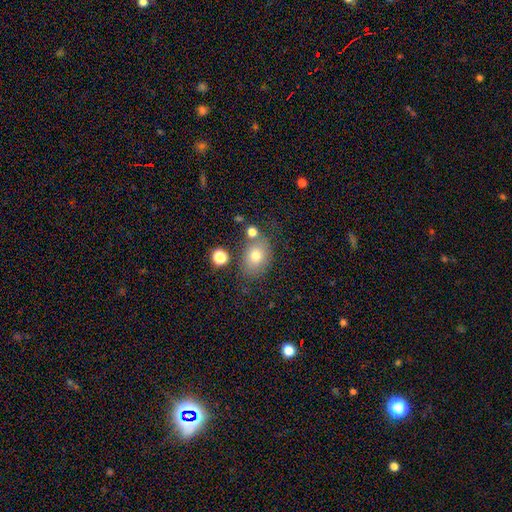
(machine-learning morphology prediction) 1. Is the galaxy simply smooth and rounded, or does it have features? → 75% smooth, 14% featured or disk, 11% star or artifact.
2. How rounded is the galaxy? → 63% in between, 36% round, 1% cigar-shaped.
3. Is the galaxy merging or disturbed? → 67% none, 16% minor disturbance, 12% merger, 6% major disturbance.